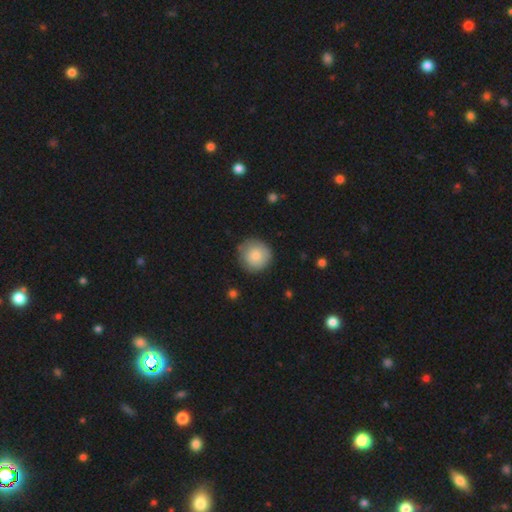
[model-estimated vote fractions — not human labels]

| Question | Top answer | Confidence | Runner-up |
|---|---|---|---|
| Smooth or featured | smooth | 81% | featured or disk (12%) |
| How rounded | round | 94% | in between (5%) |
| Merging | none | 79% | minor disturbance (16%) |